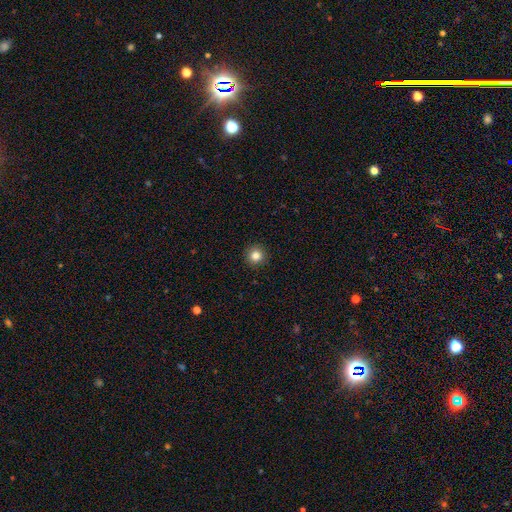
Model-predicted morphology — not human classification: Smooth or featured?
  - smooth: 83% *
  - star or artifact: 11%
  - featured or disk: 6%
How rounded?
  - round: 95% *
  - in between: 4%
  - cigar-shaped: 1%
Merging?
  - none: 93% *
  - minor disturbance: 5%
  - major disturbance: 2%
  - merger: 1%